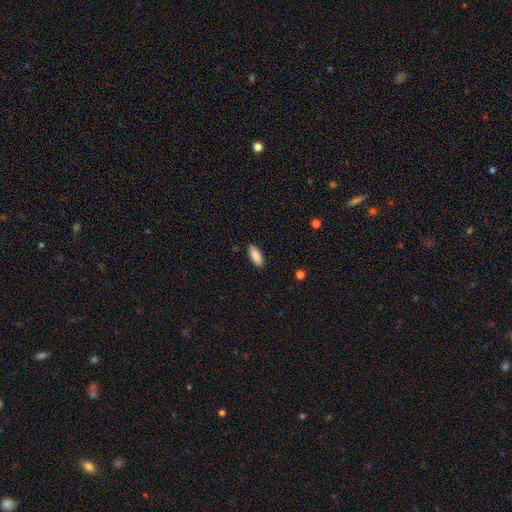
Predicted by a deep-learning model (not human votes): smooth_or_featured: smooth (p=0.88) [alt: star or artifact p=0.06]
how_rounded: in between (p=0.79) [alt: cigar-shaped p=0.19]
merging: none (p=0.89) [alt: minor disturbance p=0.08]